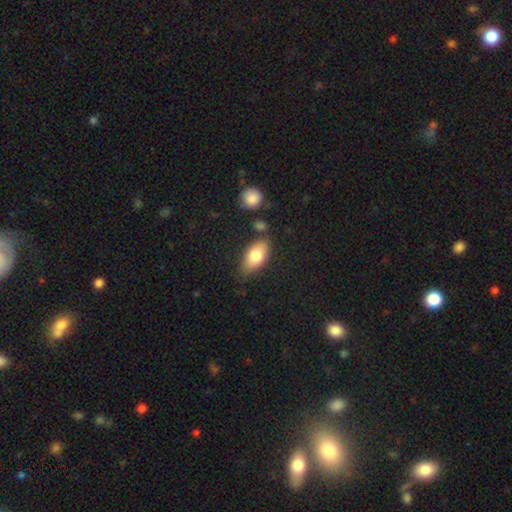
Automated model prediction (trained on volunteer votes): Smooth or featured? smooth (78%)
How rounded? in between (90%)
Merging? none (76%)